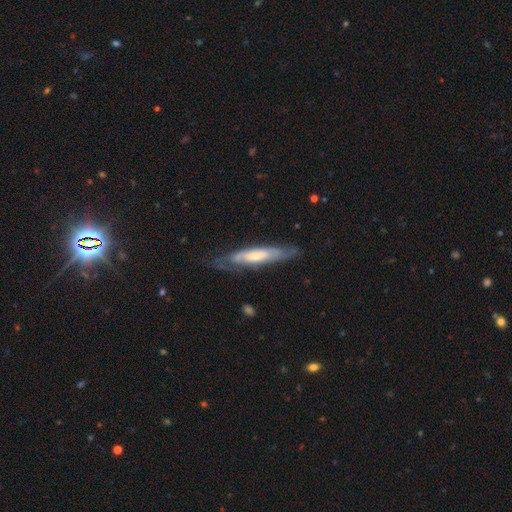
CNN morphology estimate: This appears to be a featured or disk galaxy (63%). Merging: none (66%).